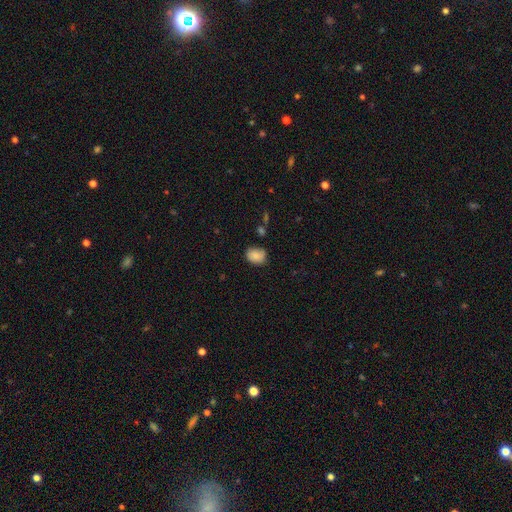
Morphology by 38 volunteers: smooth 76%, featured or disk 13%, star or artifact 11%. Down the decision tree: how rounded — in between (62%); merging — none (76%).